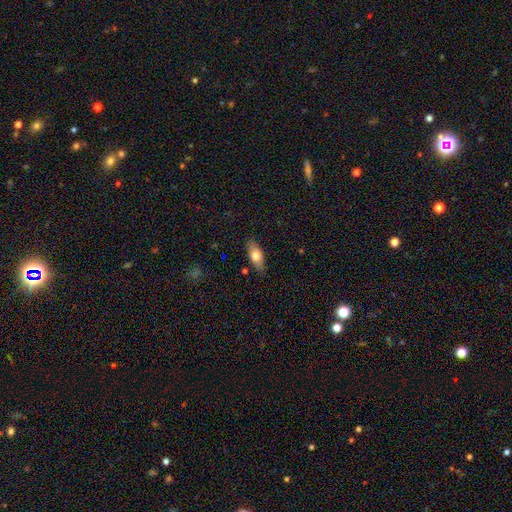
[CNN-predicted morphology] Overall: smooth (72%). How rounded: in between (81%). Merging: none (84%).